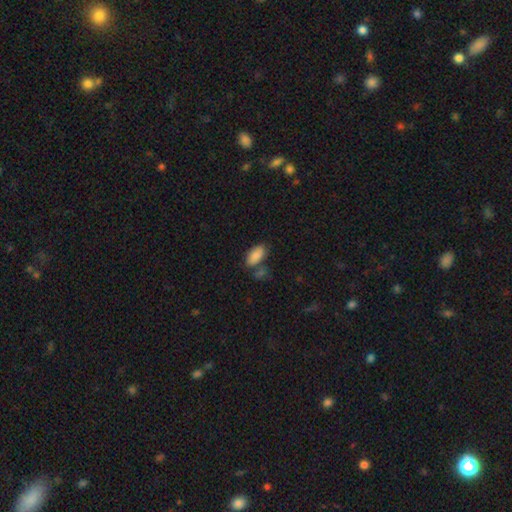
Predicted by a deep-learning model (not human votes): A smooth galaxy with no disk features (86%) that is in between round and cigar-shaped (92%).

Vote fractions:
- Smooth or featured? smooth: 86% / star or artifact: 7% / featured or disk: 7%
- How rounded? in between: 92% / cigar-shaped: 5% / round: 3%
- Merging? none: 63% / merger: 17% / minor disturbance: 15% / major disturbance: 5%